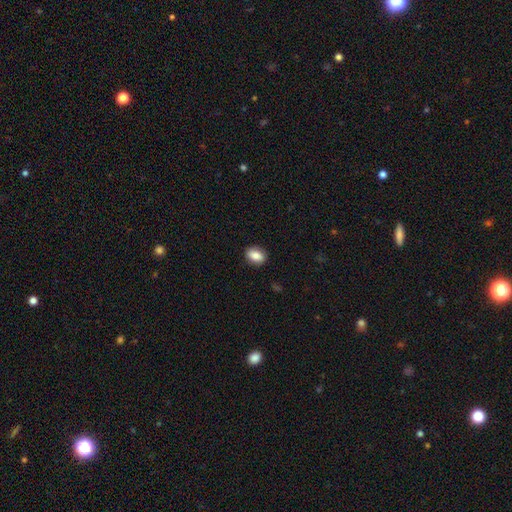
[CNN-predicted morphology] This is clearly a smooth galaxy (85%). How rounded: likely in between (75%). Merging: clearly none (88%).